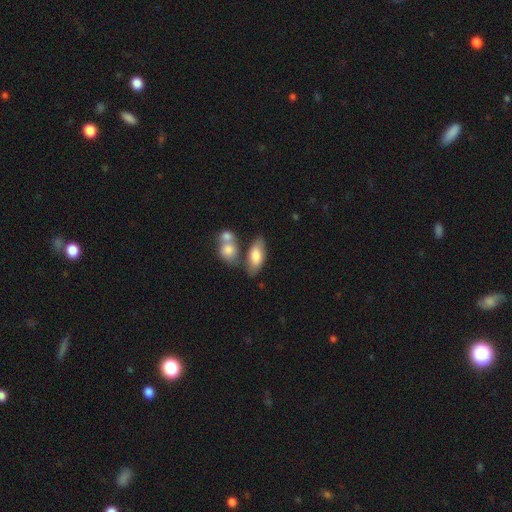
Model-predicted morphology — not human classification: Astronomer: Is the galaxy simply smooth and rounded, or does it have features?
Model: smooth — 76%.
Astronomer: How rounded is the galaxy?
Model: in between — 86%.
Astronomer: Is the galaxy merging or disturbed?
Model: none — 56%.